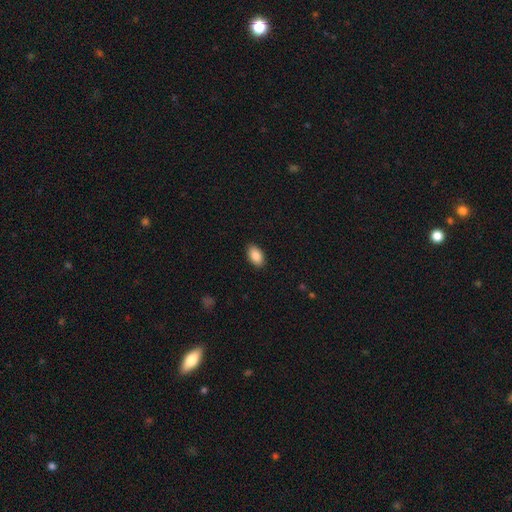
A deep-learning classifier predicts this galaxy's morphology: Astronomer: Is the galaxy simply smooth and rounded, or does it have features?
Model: smooth — 89%.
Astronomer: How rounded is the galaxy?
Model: in between — 94%.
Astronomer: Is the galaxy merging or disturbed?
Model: none — 89%.